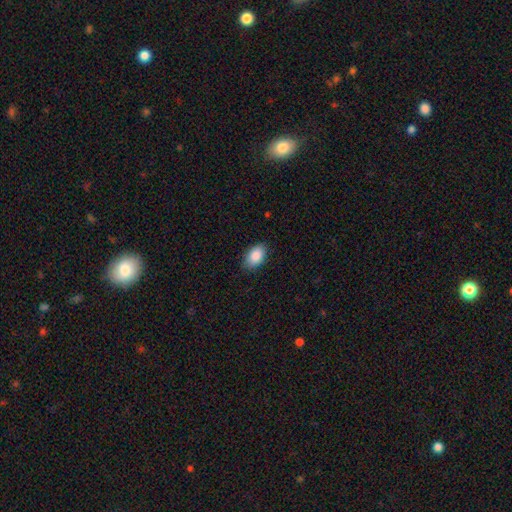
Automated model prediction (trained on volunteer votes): A smooth galaxy with no disk features (89%) that is in between round and cigar-shaped (92%). Merging: none (85%).